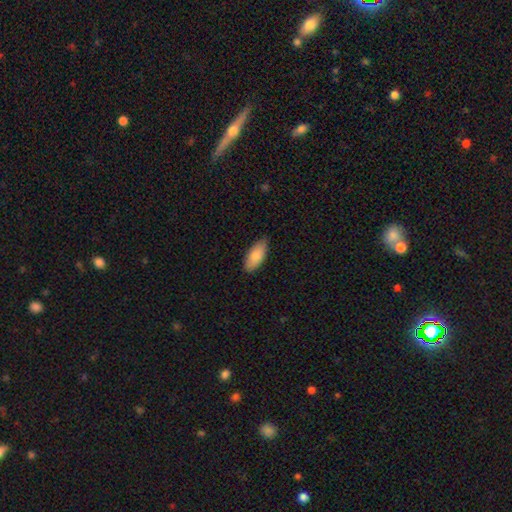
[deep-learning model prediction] Smooth or featured? Predicted: smooth (p=0.84). How rounded? Predicted: in between (p=0.87). Merging? Predicted: none (p=0.82).